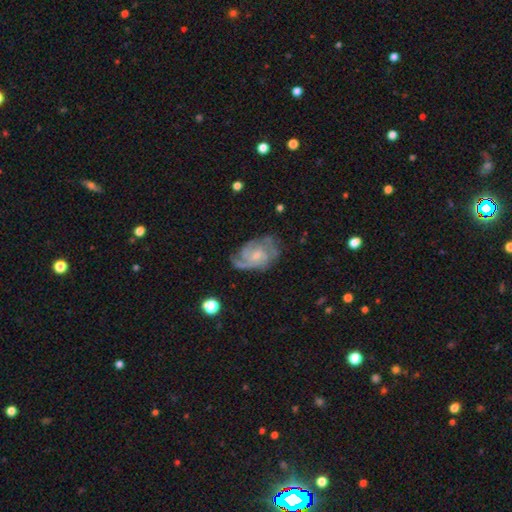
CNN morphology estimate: Smooth or featured: featured or disk — 79% (smooth — 14%)
Edge-on disk: no — 97% (yes — 3%)
Bar: no — 66% (weak — 30%)
Spiral arms: yes — 92% (no — 8%)
Spiral winding: tight — 45% (medium — 41%)
Spiral arm count: can't tell — 30% (2 — 29%)
Bulge size: small — 60% (moderate — 31%)
Merging: none — 58% (minor disturbance — 25%)